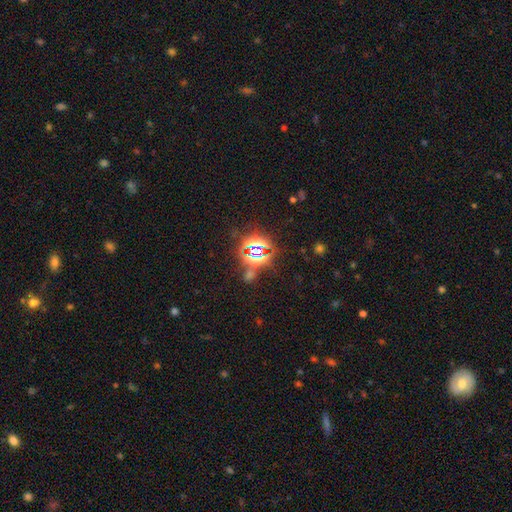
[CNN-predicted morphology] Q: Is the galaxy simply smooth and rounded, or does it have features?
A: star or artifact — 81%.